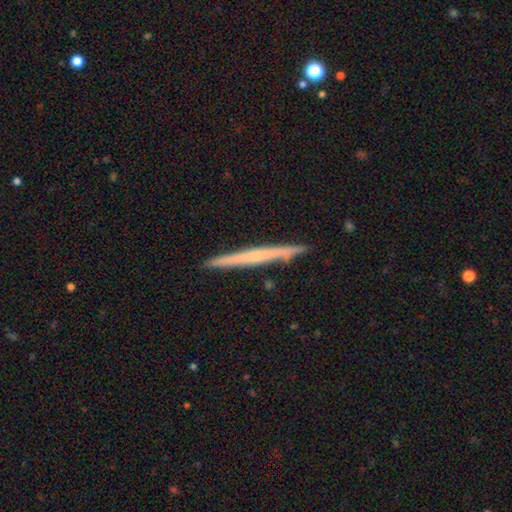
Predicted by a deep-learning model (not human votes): A featured or disk galaxy (53%) viewed edge-on (97%) with no central bulge (78%).

Vote fractions:
- Smooth or featured? featured or disk: 53% / smooth: 41% / star or artifact: 6%
- Edge-on disk? yes: 97% / no: 3%
- Edge-on bulge? none: 78% / rounded: 16% / boxy: 6%
- Merging? none: 90% / minor disturbance: 7% / merger: 1% / major disturbance: 1%